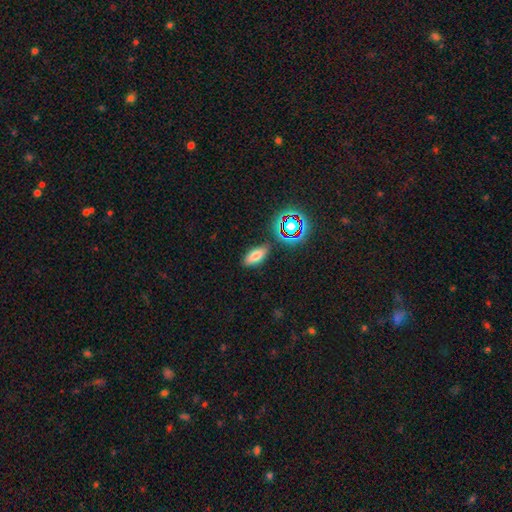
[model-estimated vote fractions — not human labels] smooth 71%, star or artifact 17%, featured or disk 12%. Down the decision tree: how rounded — in between (77%); merging — none (84%).